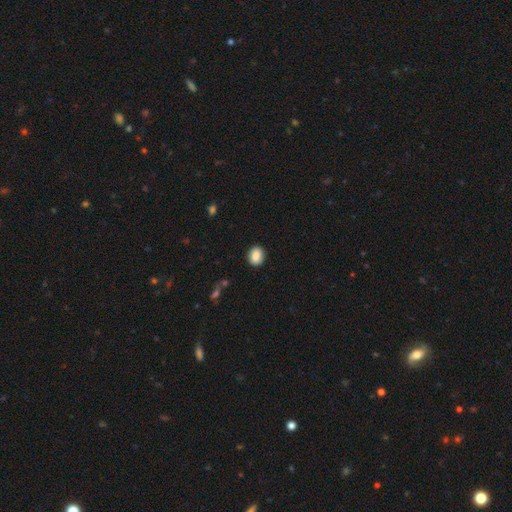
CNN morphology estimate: This is clearly a smooth galaxy (84%). How rounded: possibly round (56%). Merging: clearly none (89%).